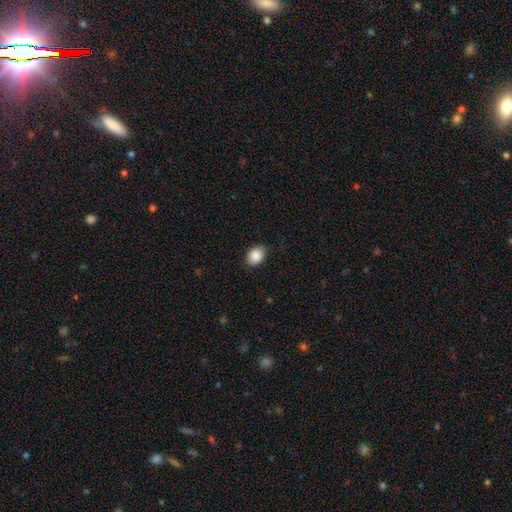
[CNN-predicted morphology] This is clearly a smooth galaxy (88%). How rounded: likely in between (72%). Merging: clearly none (84%).